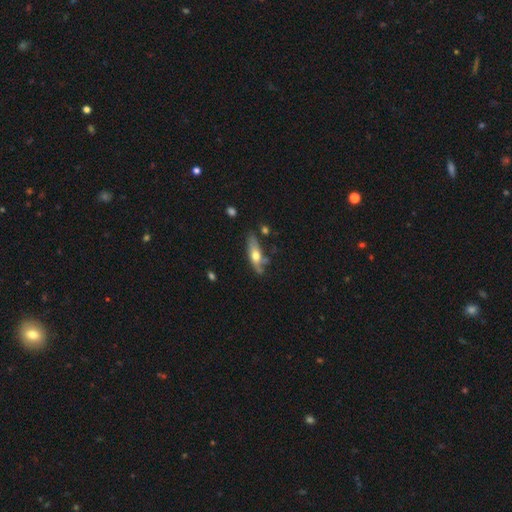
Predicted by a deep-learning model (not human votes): Overall: smooth (49%; featured or disk 44%). Merging: none (60%; minor disturbance 24%).